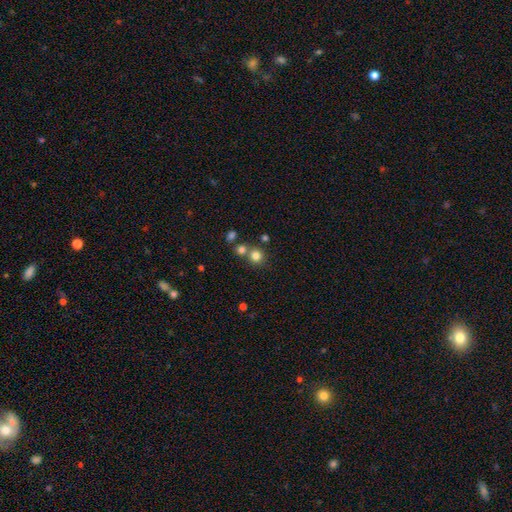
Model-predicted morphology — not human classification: A smooth galaxy with no disk features (79%) that is round (89%). Merging: none (62%).